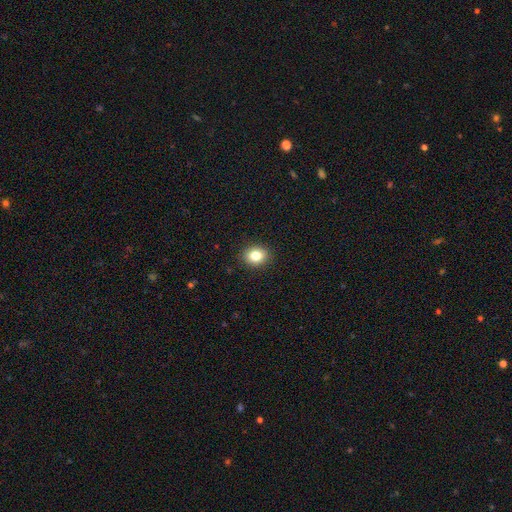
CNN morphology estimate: Smooth or featured? smooth (81%)
How rounded? round (61%)
Merging? none (90%)